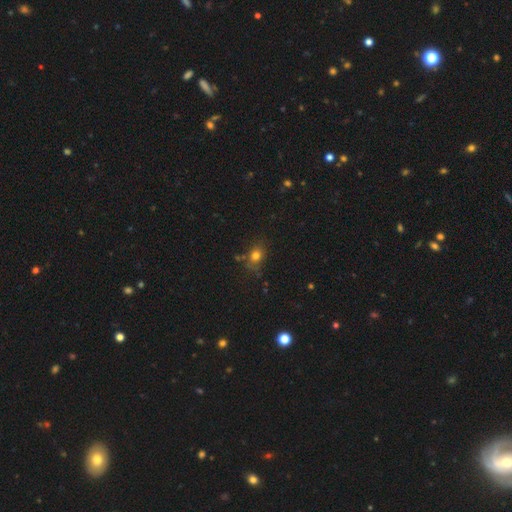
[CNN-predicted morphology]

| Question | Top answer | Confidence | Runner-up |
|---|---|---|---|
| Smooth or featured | smooth | 75% | star or artifact (16%) |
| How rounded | round | 54% | in between (44%) |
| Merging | none | 69% | minor disturbance (19%) |